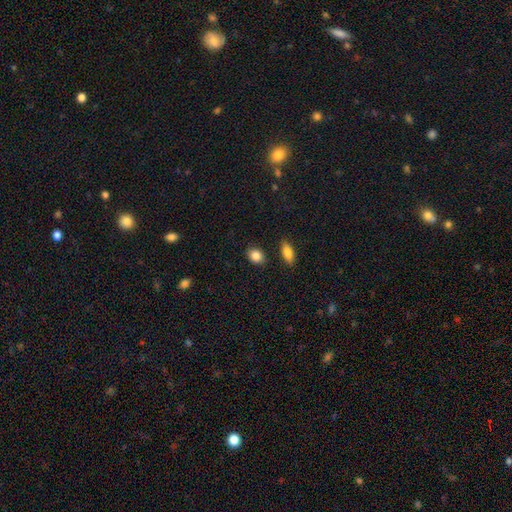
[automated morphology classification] type=smooth (86%); roundness=in between (57%); merging=none (86%).